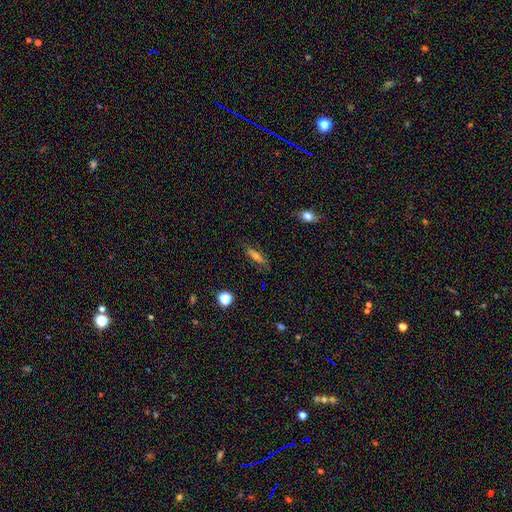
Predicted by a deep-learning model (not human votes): A smooth galaxy with no disk features (57%) that is cigar-shaped (64%). Merging: none (82%).